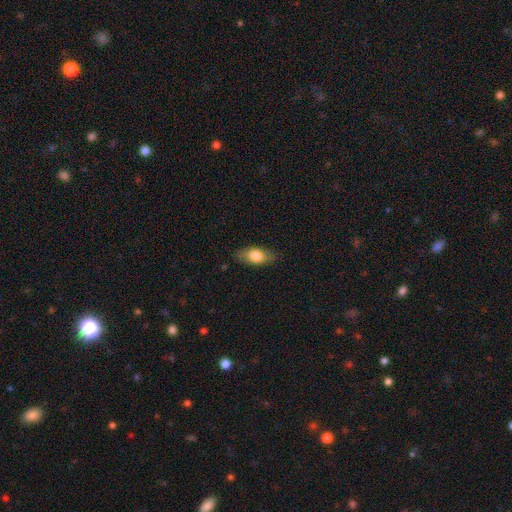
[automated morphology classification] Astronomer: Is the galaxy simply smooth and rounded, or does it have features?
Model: smooth — 73%.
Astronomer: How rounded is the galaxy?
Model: in between — 83%.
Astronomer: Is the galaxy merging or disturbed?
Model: none — 82%.